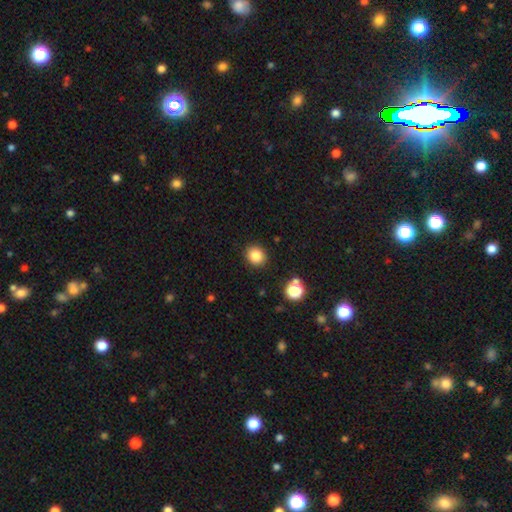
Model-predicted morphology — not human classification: Overall: smooth (84%). How rounded: round (81%). Merging: none (90%).